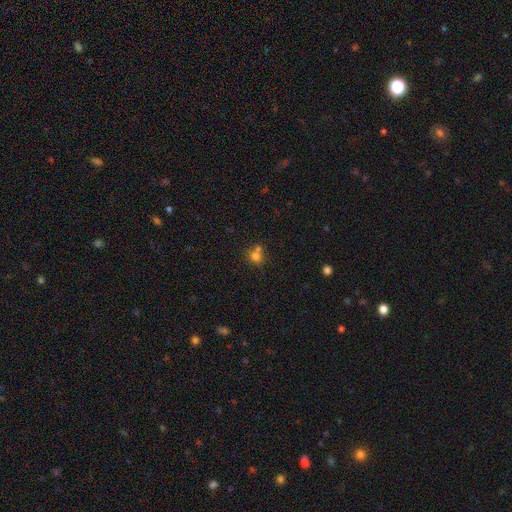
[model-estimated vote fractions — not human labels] A smooth galaxy with no disk features (74%) that is round (80%). Merging: none (49%).